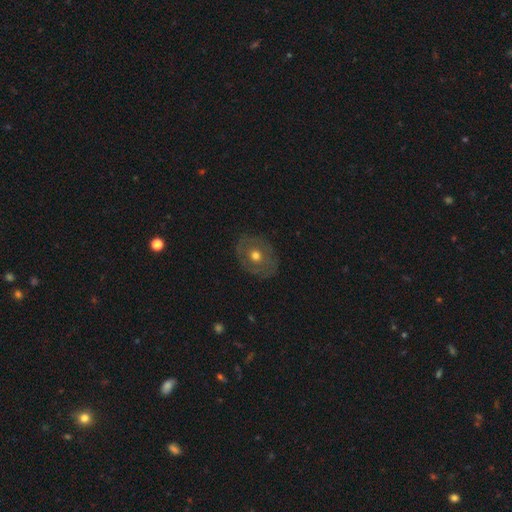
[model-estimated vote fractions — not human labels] This appears to be a featured or disk galaxy (51%). Merging: none (80%).